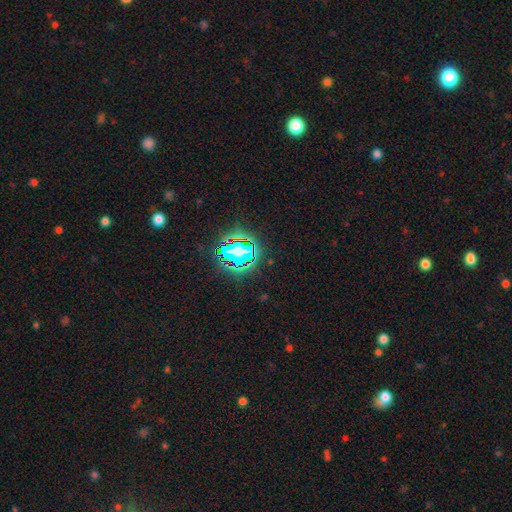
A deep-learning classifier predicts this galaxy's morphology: Q: Smooth or featured?
A: star or artifact (79%); runner-up: smooth (13%)